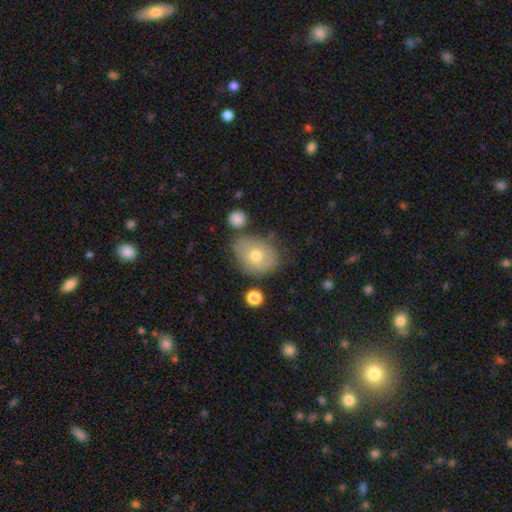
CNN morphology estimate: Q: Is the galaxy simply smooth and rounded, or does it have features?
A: smooth — 68%.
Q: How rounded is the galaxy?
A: in between — 55%.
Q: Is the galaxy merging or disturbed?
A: none — 66%.